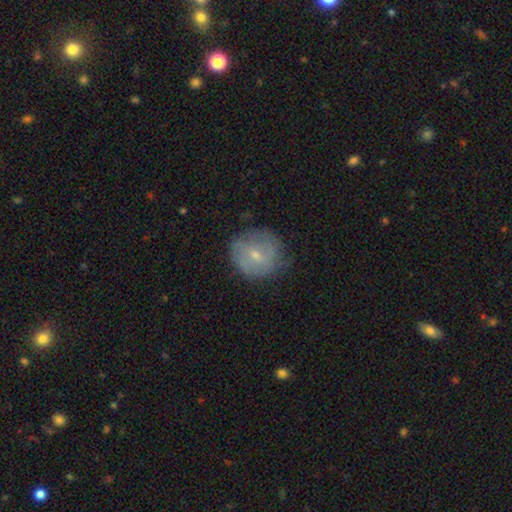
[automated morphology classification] type=smooth (51%); roundness=round (85%); merging=none (67%).